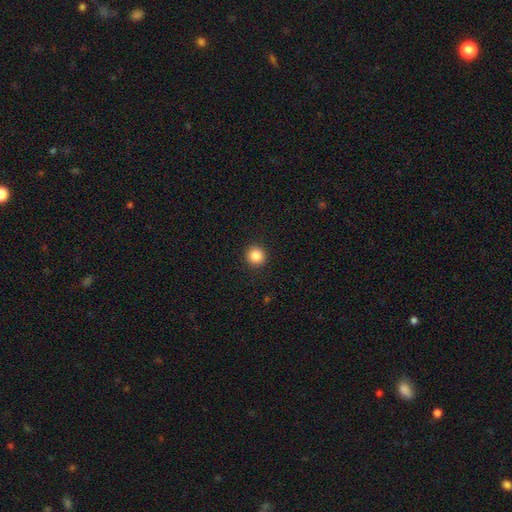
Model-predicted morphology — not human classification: smooth_or_featured: smooth (p=0.85) [alt: star or artifact p=0.10]
how_rounded: round (p=0.94) [alt: in between p=0.05]
merging: none (p=0.93) [alt: minor disturbance p=0.05]